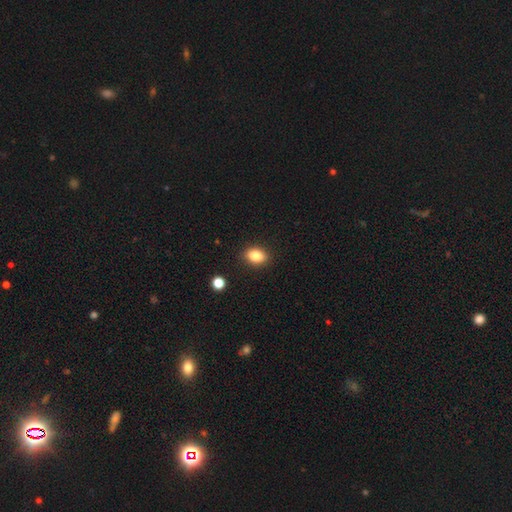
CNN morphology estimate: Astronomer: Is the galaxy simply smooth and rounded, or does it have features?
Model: smooth — 84%.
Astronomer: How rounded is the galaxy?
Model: in between — 73%.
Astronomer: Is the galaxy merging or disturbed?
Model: none — 88%.